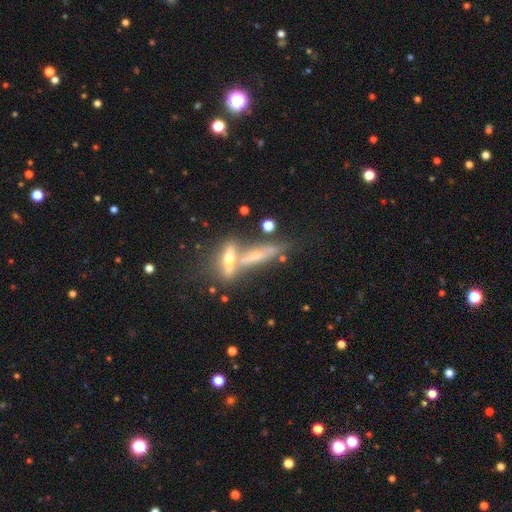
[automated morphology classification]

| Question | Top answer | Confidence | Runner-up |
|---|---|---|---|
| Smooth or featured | featured or disk | 56% | smooth (34%) |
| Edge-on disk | yes | 80% | no (20%) |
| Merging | none | 43% | merger (38%) |